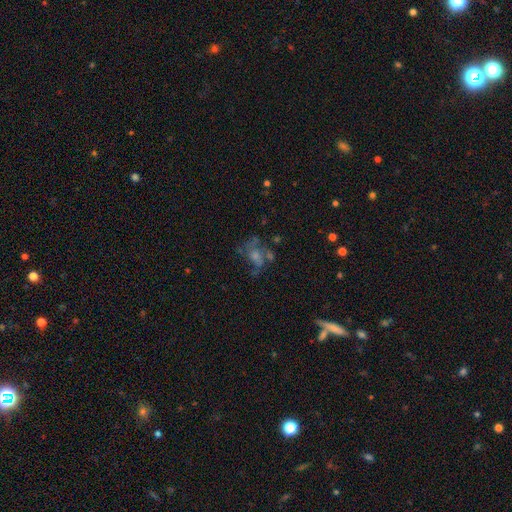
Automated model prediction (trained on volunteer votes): smooth-or-featured: featured or disk: 55% | star or artifact: 24% | smooth: 22%
  disk-edge-on: no: 95% | yes: 5%
    bar: no: 76% | weak: 19% | strong: 4%
    has-spiral-arms: yes: 59% | no: 41%
    bulge-size: moderate: 40% | small: 31% | none: 18% | large: 9% | dominant: 2%
  merging: none: 51% | major disturbance: 23% | minor disturbance: 17% | merger: 9%